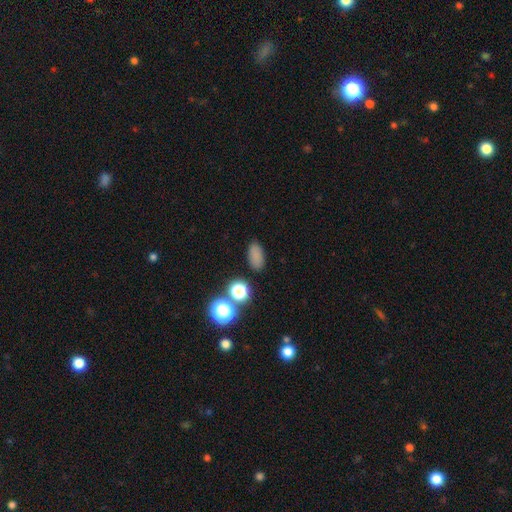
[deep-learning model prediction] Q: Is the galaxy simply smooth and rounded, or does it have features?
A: smooth — 78%.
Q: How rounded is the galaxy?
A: in between — 87%.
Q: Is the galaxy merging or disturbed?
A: none — 83%.